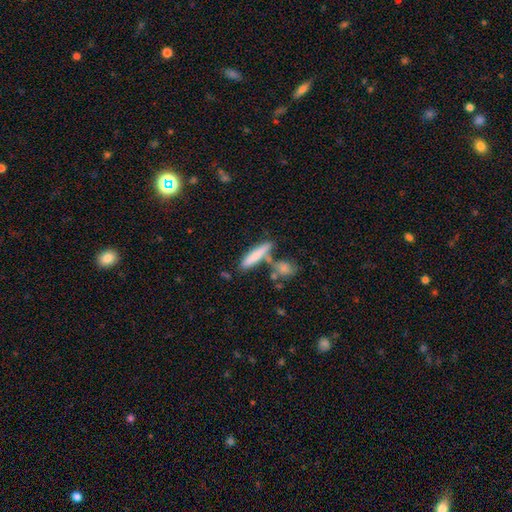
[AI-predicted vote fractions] smooth 77%, featured or disk 17%, star or artifact 6%. Down the decision tree: how rounded — cigar-shaped (80%); merging — none (61%).